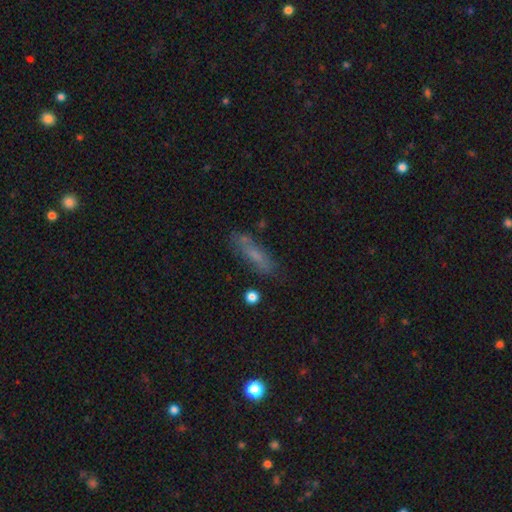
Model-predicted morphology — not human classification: The model was most divided on "smooth or featured": smooth: 62%, featured or disk: 28%, star or artifact: 11%. More confident: merging — none (69%); how rounded — cigar-shaped (66%).